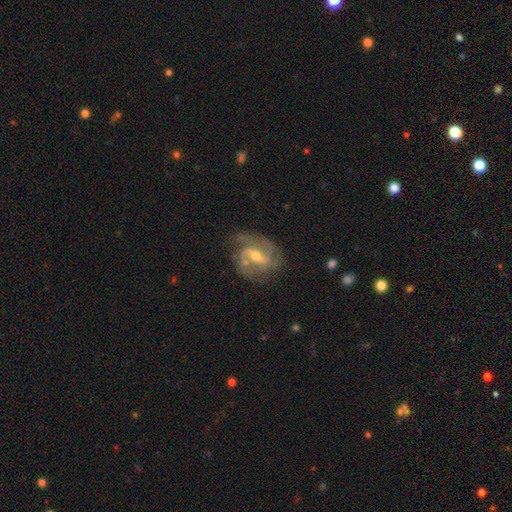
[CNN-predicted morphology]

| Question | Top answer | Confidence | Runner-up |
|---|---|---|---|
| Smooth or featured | featured or disk | 87% | smooth (8%) |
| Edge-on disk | no | 97% | yes (3%) |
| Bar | weak | 48% | strong (34%) |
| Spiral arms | yes | 95% | no (5%) |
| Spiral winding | medium | 52% | tight (26%) |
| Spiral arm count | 2 | 67% | 3 (14%) |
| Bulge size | moderate | 55% | small (41%) |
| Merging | none | 66% | minor disturbance (21%) |